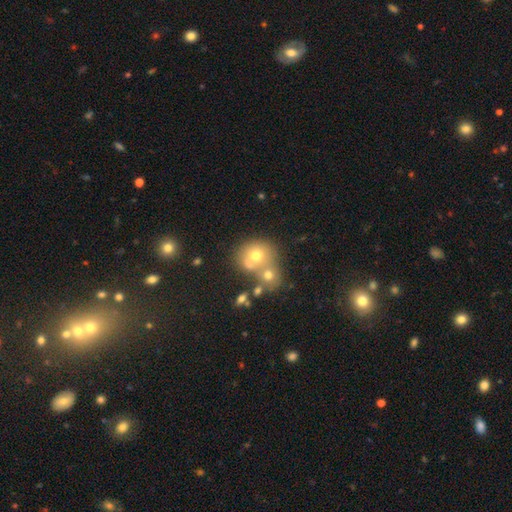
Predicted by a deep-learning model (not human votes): The model was most divided on "merging": merger: 56%, none: 30%, minor disturbance: 9%, major disturbance: 6%. More confident: how rounded — round (74%); smooth or featured — smooth (63%).